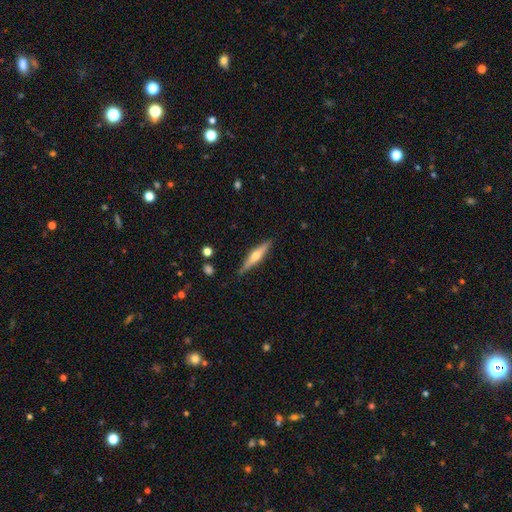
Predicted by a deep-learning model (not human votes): smooth-or-featured: featured or disk: 62% | smooth: 32% | star or artifact: 6%
  disk-edge-on: yes: 96% | no: 4%
    edge-on-bulge: rounded: 90% | boxy: 5% | none: 5%
  merging: none: 86% | minor disturbance: 10% | major disturbance: 2% | merger: 2%